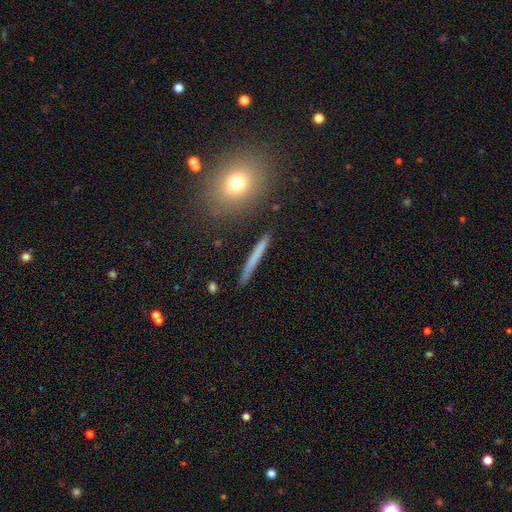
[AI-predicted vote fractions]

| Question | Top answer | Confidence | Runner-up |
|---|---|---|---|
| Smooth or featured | smooth | 60% | featured or disk (32%) |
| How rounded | cigar-shaped | 93% | in between (4%) |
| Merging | none | 89% | minor disturbance (8%) |